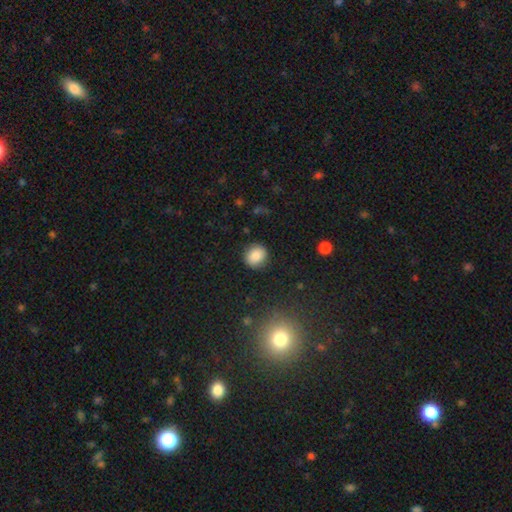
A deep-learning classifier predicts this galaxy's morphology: Smooth or featured? smooth (84%)
How rounded? round (79%)
Merging? none (87%)